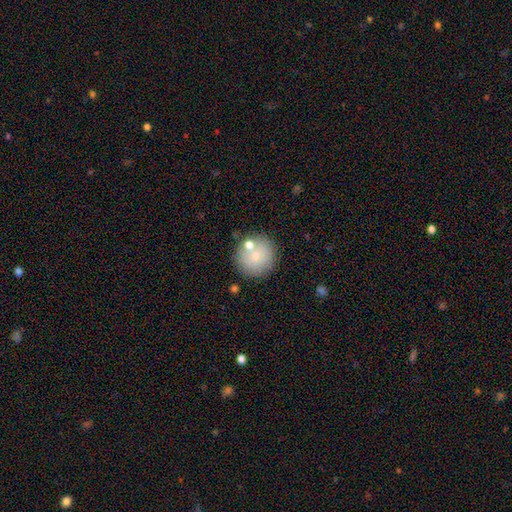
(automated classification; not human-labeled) Morphology: type=smooth (72%); roundness=round (93%); merging=none (74%).